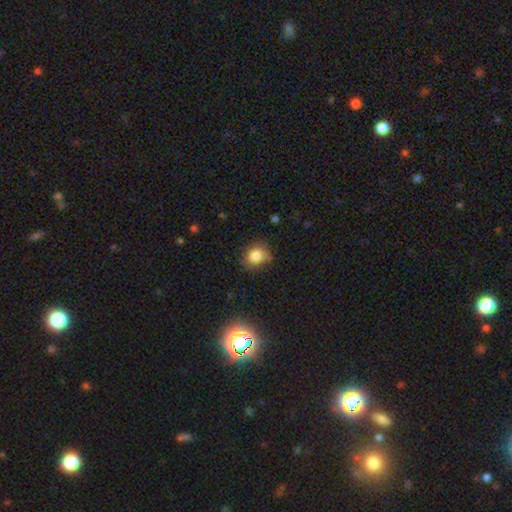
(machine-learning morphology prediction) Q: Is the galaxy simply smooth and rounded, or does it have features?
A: smooth — 82%.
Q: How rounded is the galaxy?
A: round — 71%.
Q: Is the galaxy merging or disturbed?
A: none — 71%.